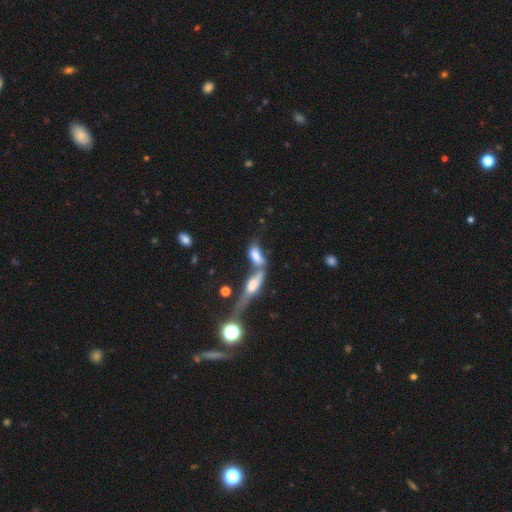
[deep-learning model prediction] smooth 62%, featured or disk 27%, star or artifact 12%. Down the decision tree: how rounded — in between (74%); merging — merger (66%).